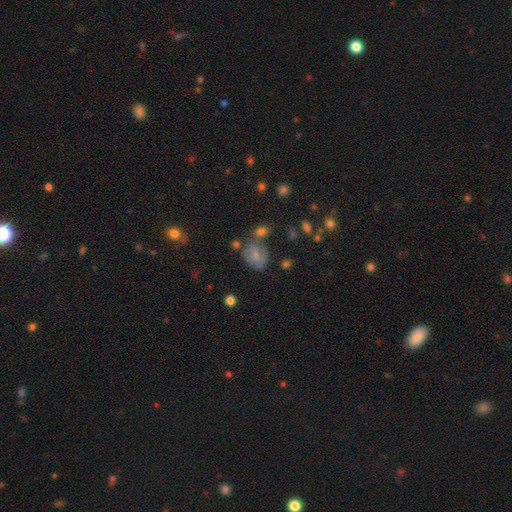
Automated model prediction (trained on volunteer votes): smooth_or_featured: smooth (p=0.61) [alt: featured or disk p=0.27]
how_rounded: in between (p=0.51) [alt: round p=0.48]
merging: none (p=0.49) [alt: minor disturbance p=0.24]